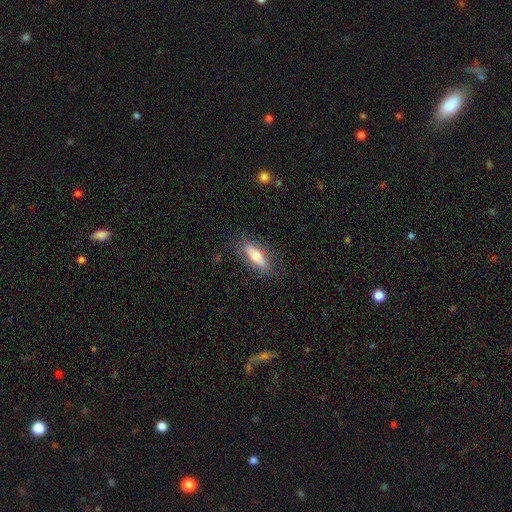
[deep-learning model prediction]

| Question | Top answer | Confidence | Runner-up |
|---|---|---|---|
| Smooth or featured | smooth | 61% | featured or disk (32%) |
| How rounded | in between | 57% | cigar-shaped (41%) |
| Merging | none | 79% | minor disturbance (15%) |